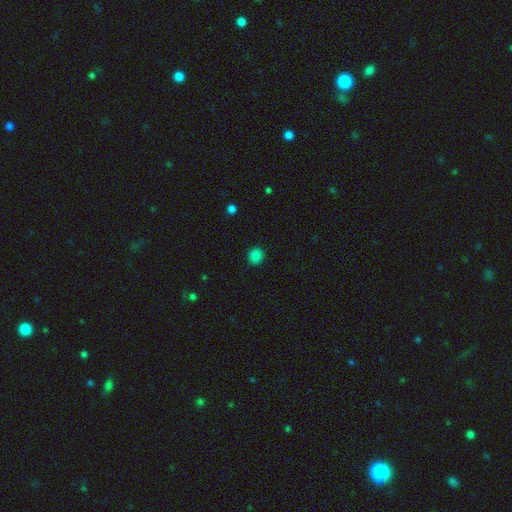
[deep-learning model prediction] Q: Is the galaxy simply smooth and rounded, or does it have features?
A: smooth — 84%.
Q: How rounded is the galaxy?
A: round — 85%.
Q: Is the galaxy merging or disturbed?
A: none — 91%.